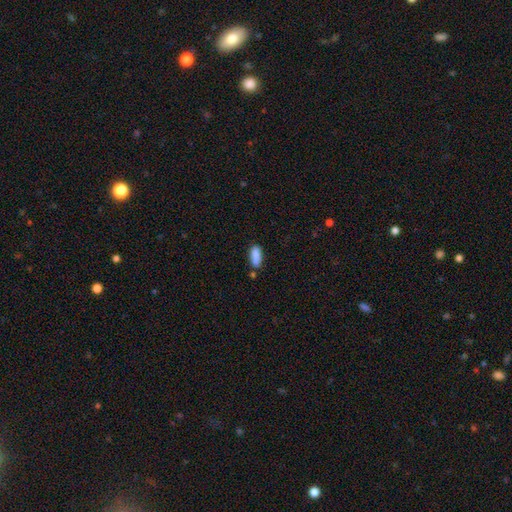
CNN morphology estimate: A smooth galaxy with no disk features (87%) that is in between round and cigar-shaped (70%).

Vote fractions:
- Smooth or featured? smooth: 87% / star or artifact: 8% / featured or disk: 5%
- How rounded? in between: 70% / cigar-shaped: 28% / round: 2%
- Merging? none: 70% / minor disturbance: 17% / merger: 9% / major disturbance: 4%